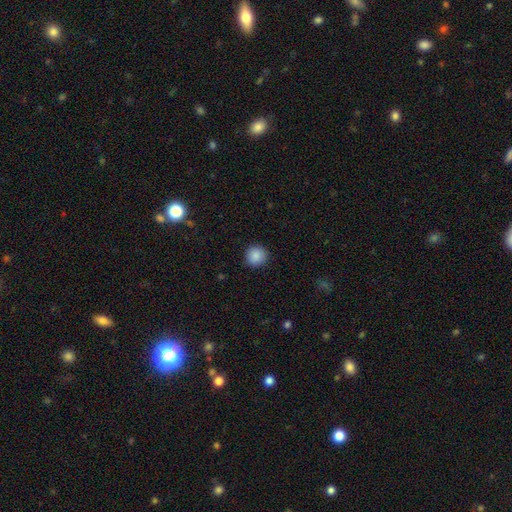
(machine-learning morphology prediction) smooth_or_featured: smooth (p=0.88) [alt: star or artifact p=0.09]
how_rounded: round (p=0.94) [alt: in between p=0.06]
merging: none (p=0.91) [alt: minor disturbance p=0.06]